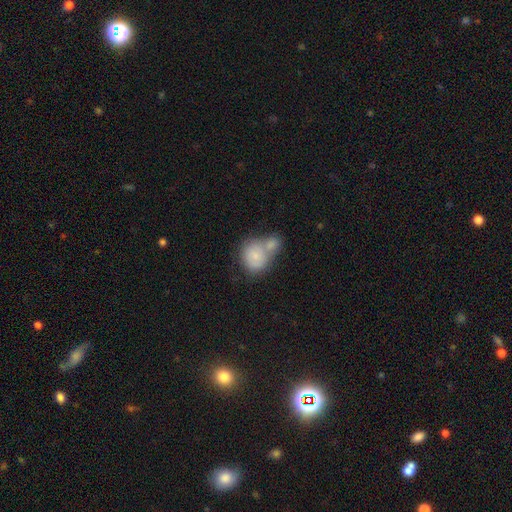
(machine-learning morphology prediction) A smooth galaxy with no disk features (78%) that is round (68%). Merging: merger (63%).